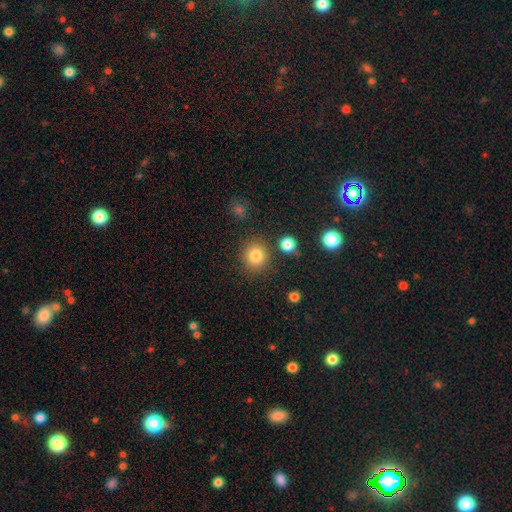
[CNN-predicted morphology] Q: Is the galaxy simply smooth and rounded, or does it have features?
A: smooth — 83%.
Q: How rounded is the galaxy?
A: round — 87%.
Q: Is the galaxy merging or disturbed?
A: none — 84%.